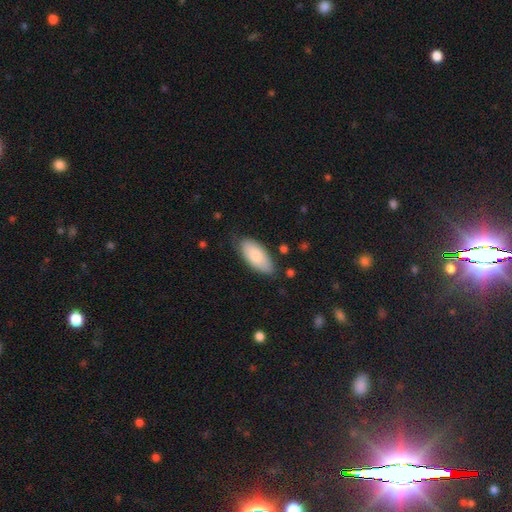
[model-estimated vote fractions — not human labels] The model was most divided on "merging": none: 73%, minor disturbance: 21%, major disturbance: 4%, merger: 2%. More confident: how rounded — in between (90%); smooth or featured — smooth (82%).